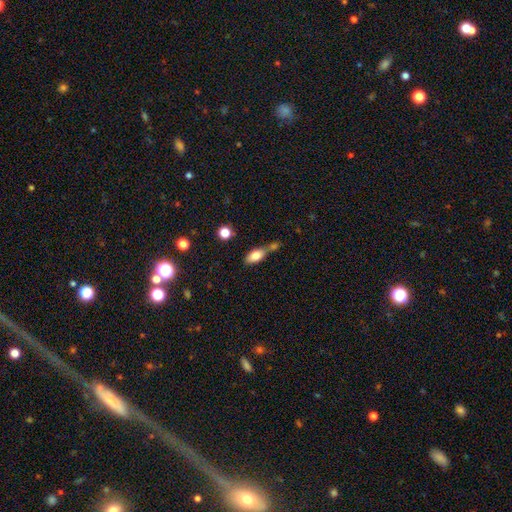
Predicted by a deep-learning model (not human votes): Smooth or featured?
  - smooth: 80% *
  - featured or disk: 12%
  - star or artifact: 8%
How rounded?
  - in between: 85% *
  - cigar-shaped: 11%
  - round: 4%
Merging?
  - none: 43% *
  - merger: 35%
  - minor disturbance: 16%
  - major disturbance: 6%